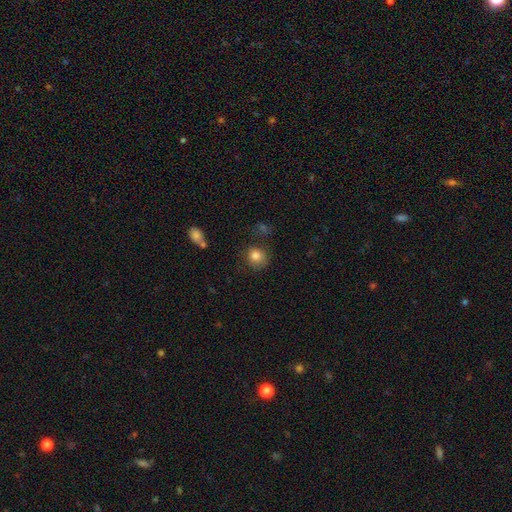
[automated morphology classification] type=smooth (83%); roundness=round (79%); merging=none (68%).